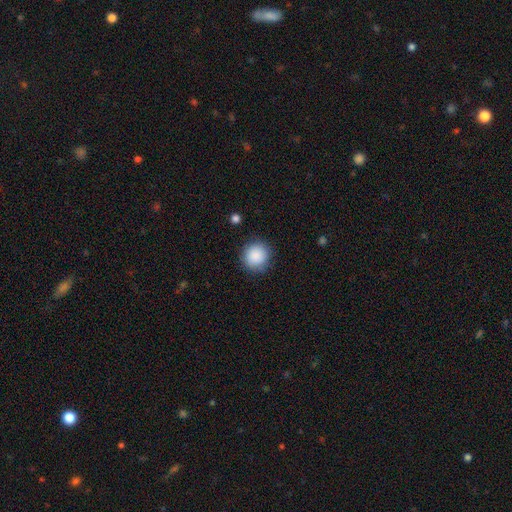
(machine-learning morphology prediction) Smooth or featured: smooth — 88% (star or artifact — 8%)
How rounded: round — 91% (in between — 8%)
Merging: none — 85% (minor disturbance — 10%)